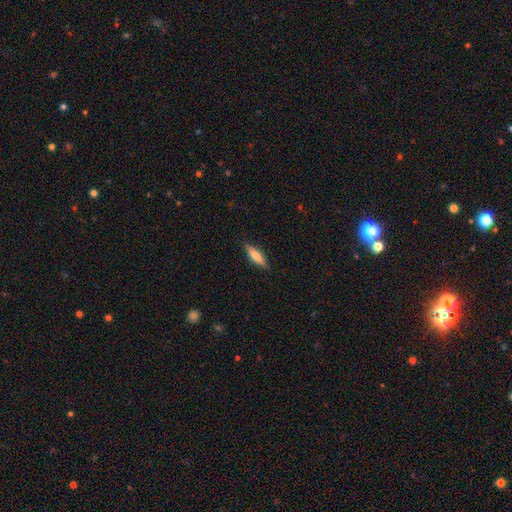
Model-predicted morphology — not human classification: Smooth or featured? Predicted: smooth (p=0.56). How rounded? Predicted: cigar-shaped (p=0.71). Merging? Predicted: none (p=0.87).